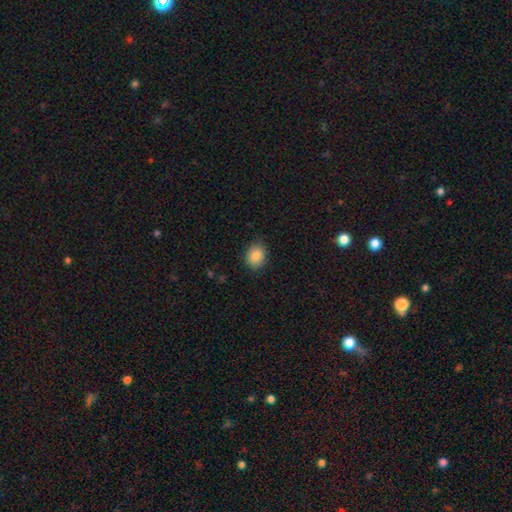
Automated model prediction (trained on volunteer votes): Smooth or featured? Predicted: smooth (p=0.87). How rounded? Predicted: in between (p=0.60). Merging? Predicted: none (p=0.85).